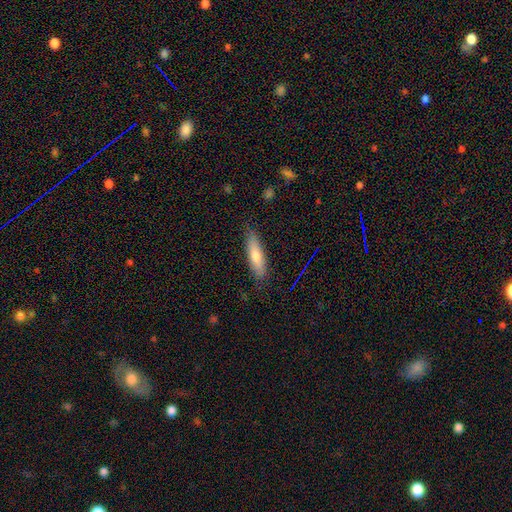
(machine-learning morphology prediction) Smooth or featured: smooth — 68% (featured or disk — 26%)
How rounded: cigar-shaped — 67% (in between — 31%)
Merging: none — 83% (minor disturbance — 13%)